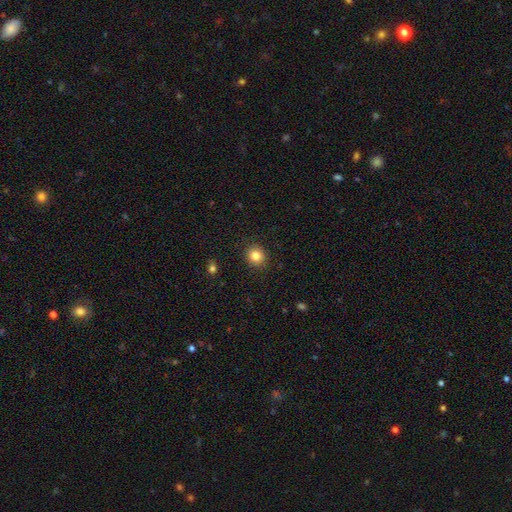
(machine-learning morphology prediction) This is clearly a smooth galaxy (83%). How rounded: clearly round (83%). Merging: clearly none (91%).